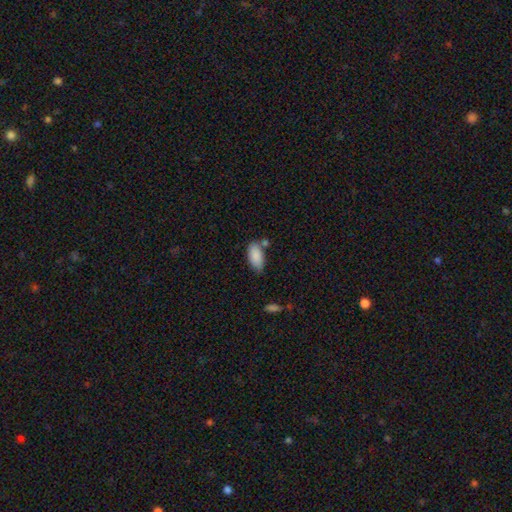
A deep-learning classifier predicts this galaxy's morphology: type=smooth (88%); roundness=in between (92%); merging=none (60%).